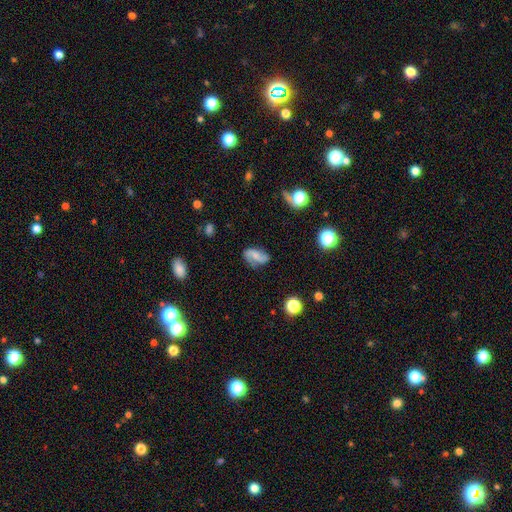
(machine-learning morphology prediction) smooth_or_featured: featured or disk (p=0.67) [alt: smooth p=0.25]
disk_edge_on: no (p=0.97) [alt: yes p=0.03]
bar: no (p=0.43) [alt: weak p=0.40]
has_spiral_arms: yes (p=0.93) [alt: no p=0.07]
spiral_winding: loose (p=0.54) [alt: medium p=0.33]
spiral_arm_count: 2 (p=0.90) [alt: can't tell p=0.04]
bulge_size: small (p=0.40) [alt: none p=0.29]
merging: none (p=0.73) [alt: minor disturbance p=0.18]